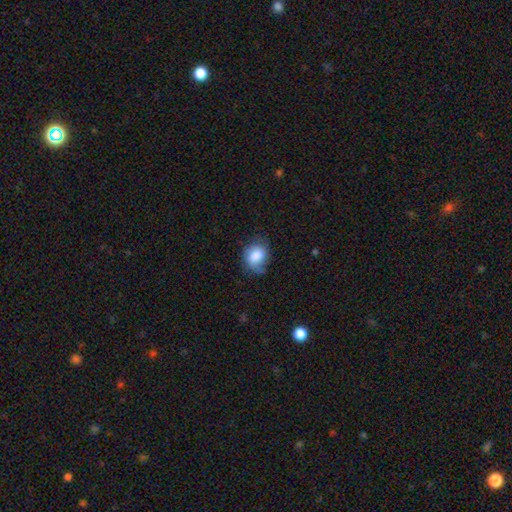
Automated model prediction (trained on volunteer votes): Smooth or featured? Predicted: smooth (p=0.80). How rounded? Predicted: in between (p=0.51). Merging? Predicted: none (p=0.58).